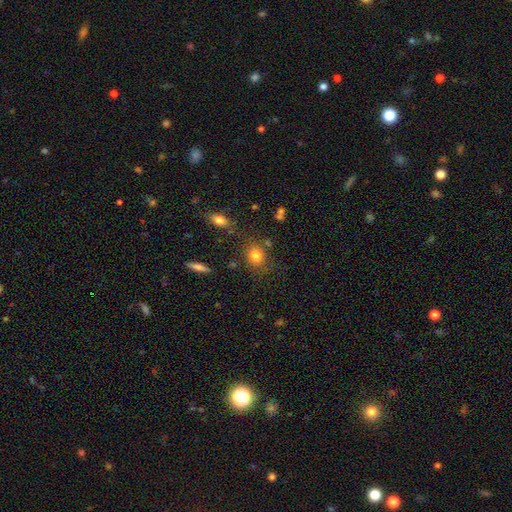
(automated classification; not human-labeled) The model was most divided on "how rounded": round: 56%, in between: 42%, cigar-shaped: 2%. More confident: smooth or featured — smooth (80%); merging — none (75%).